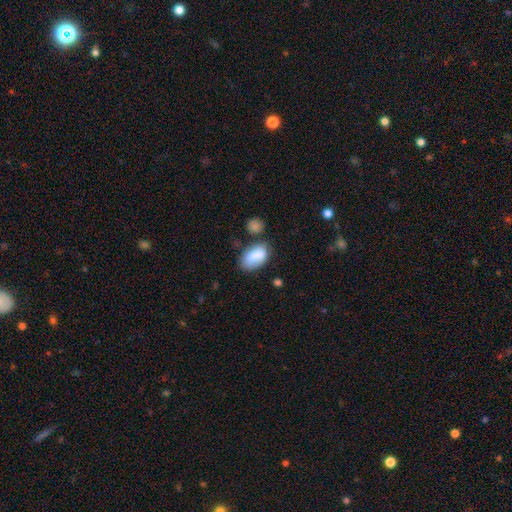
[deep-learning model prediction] Q: Smooth or featured?
A: smooth (80%); runner-up: featured or disk (12%)
Q: How rounded?
A: in between (92%); runner-up: round (6%)
Q: Merging?
A: none (55%); runner-up: minor disturbance (23%)